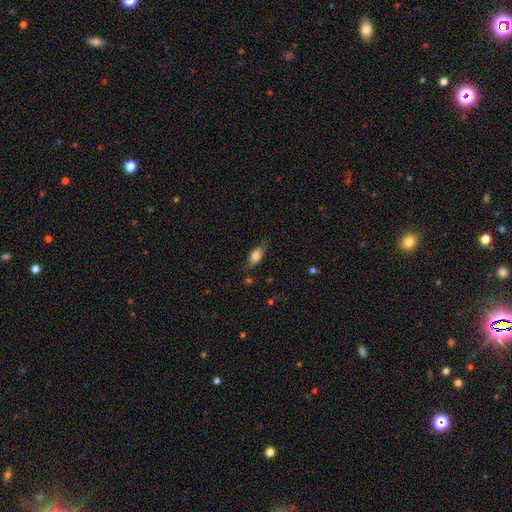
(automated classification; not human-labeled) smooth_or_featured: smooth (p=0.67) [alt: featured or disk p=0.25]
how_rounded: in between (p=0.73) [alt: cigar-shaped p=0.22]
merging: none (p=0.73) [alt: minor disturbance p=0.20]